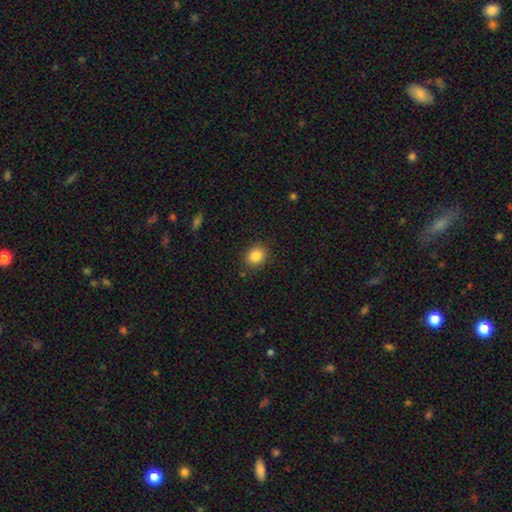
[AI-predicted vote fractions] A smooth galaxy with no disk features (85%) that is round (65%). Merging: none (87%).